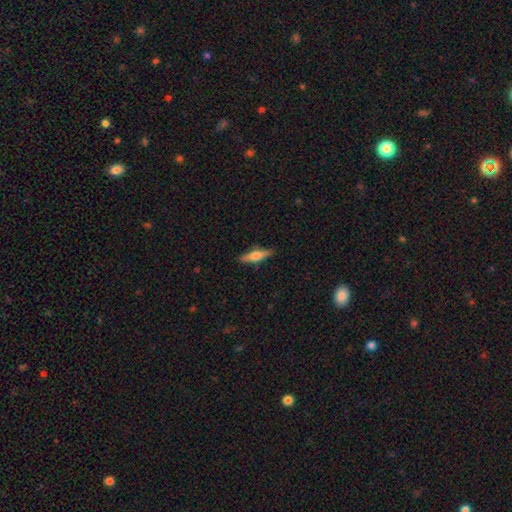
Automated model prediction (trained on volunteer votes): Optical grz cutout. It shows a smooth galaxy with no disk features (55%) that is cigar-shaped (69%). Merging: none (87%).